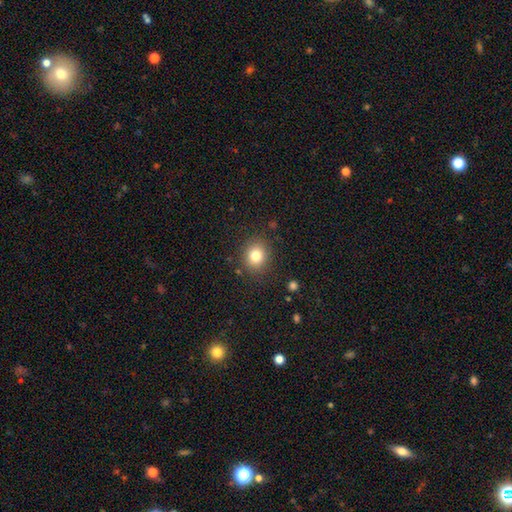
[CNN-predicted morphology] Overall: smooth (80%). How rounded: round (77%). Merging: none (85%).